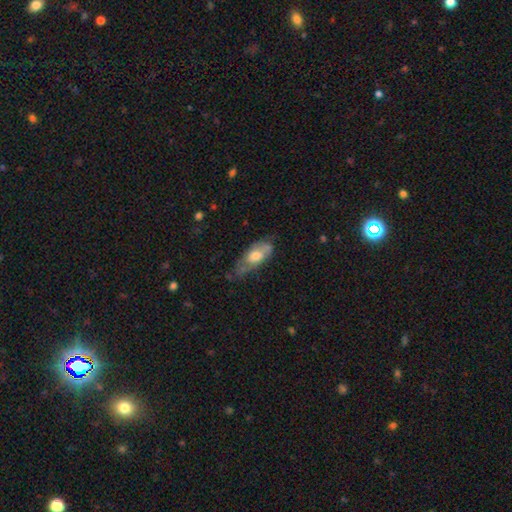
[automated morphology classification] This is possibly a smooth galaxy (51%). How rounded: likely in between (79%). Merging: possibly none (46%).